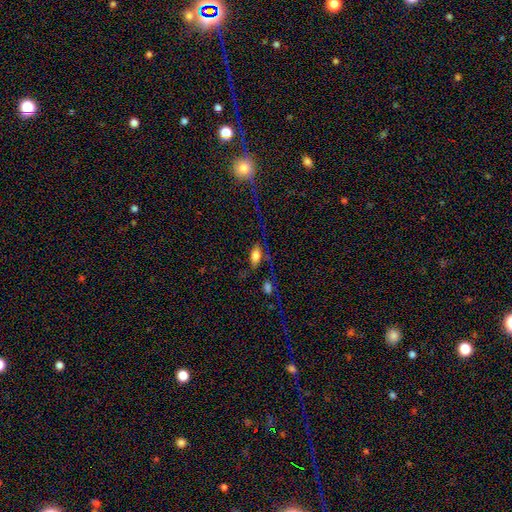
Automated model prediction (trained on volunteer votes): smooth-or-featured: smooth: 74% | featured or disk: 16% | star or artifact: 11%
  how-rounded: in between: 84% | cigar-shaped: 11% | round: 5%
  merging: none: 62% | minor disturbance: 20% | major disturbance: 11% | merger: 6%